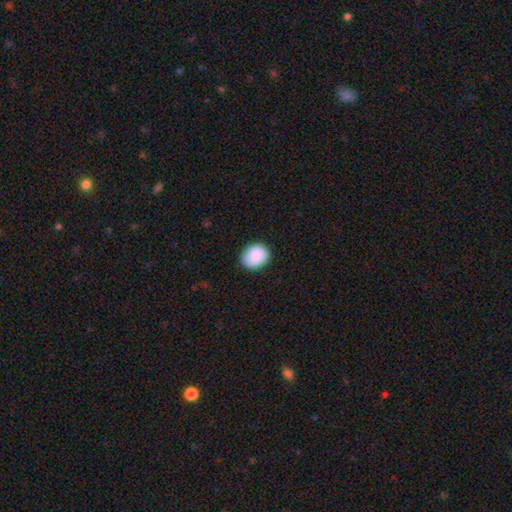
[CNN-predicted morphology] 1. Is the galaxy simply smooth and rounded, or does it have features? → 87% smooth, 7% star or artifact, 6% featured or disk.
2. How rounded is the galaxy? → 65% round, 34% in between, 1% cigar-shaped.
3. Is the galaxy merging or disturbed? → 86% none, 11% minor disturbance, 2% major disturbance, 1% merger.